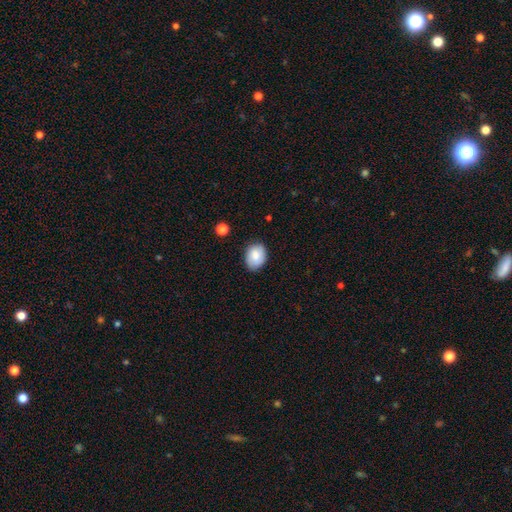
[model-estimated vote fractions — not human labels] smooth_or_featured: smooth (p=0.80) [alt: featured or disk p=0.12]
how_rounded: in between (p=0.65) [alt: round p=0.34]
merging: none (p=0.80) [alt: minor disturbance p=0.16]